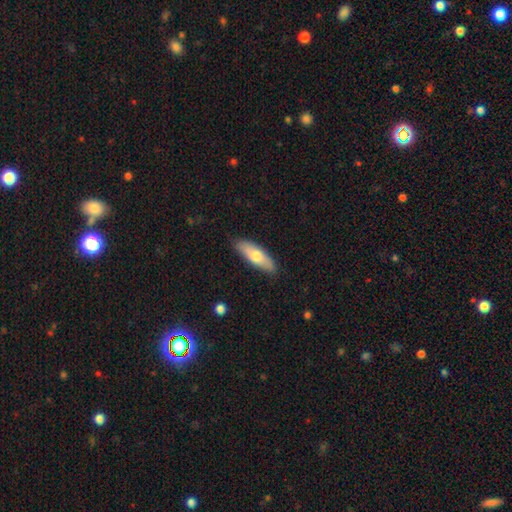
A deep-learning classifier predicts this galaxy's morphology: A smooth galaxy with no disk features (69%) that is in between round and cigar-shaped (56%). Merging: none (87%).